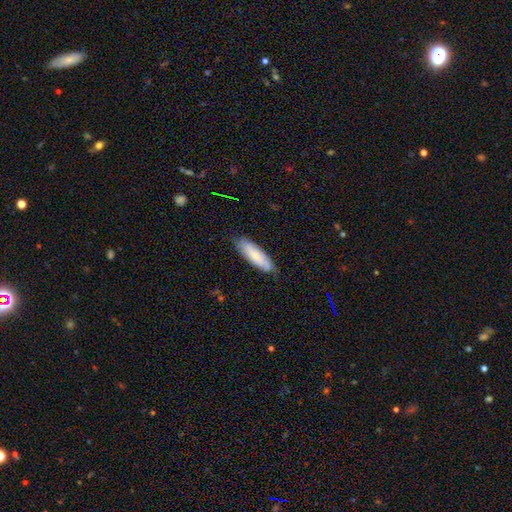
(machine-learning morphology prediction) A smooth galaxy with no disk features (69%) that is cigar-shaped (52%).

Vote fractions:
- Smooth or featured? smooth: 69% / featured or disk: 25% / star or artifact: 6%
- How rounded? cigar-shaped: 52% / in between: 47% / round: 2%
- Merging? none: 76% / minor disturbance: 19% / major disturbance: 3% / merger: 1%